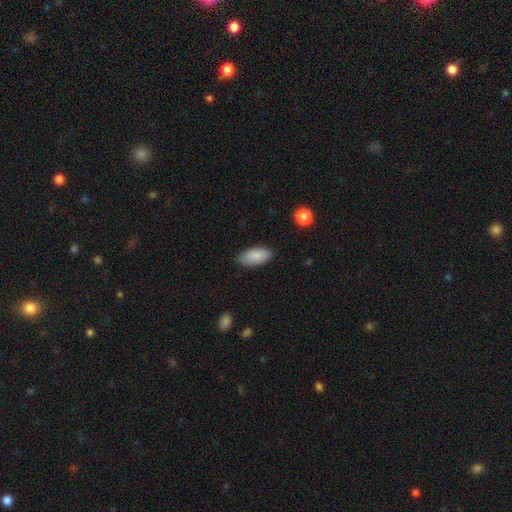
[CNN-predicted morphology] type=smooth (87%); roundness=in between (90%); merging=none (83%).